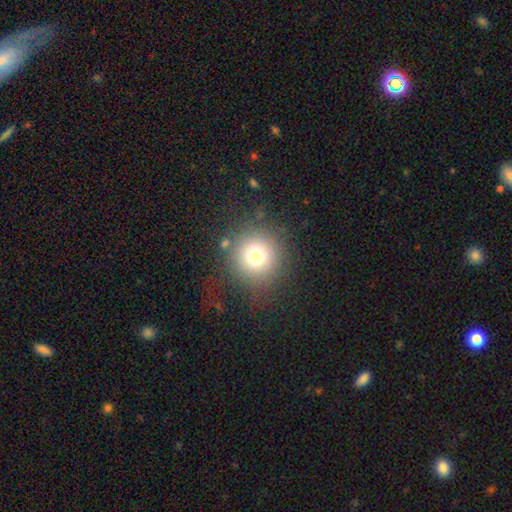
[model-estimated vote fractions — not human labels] A smooth galaxy with no disk features (74%) that is round (94%). Merging: none (81%).